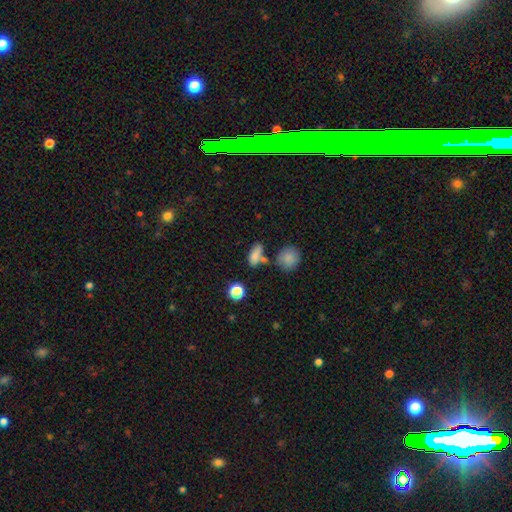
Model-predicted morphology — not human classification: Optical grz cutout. It shows a smooth galaxy with no disk features (82%) that is in between round and cigar-shaped (73%). Merging: none (55%).